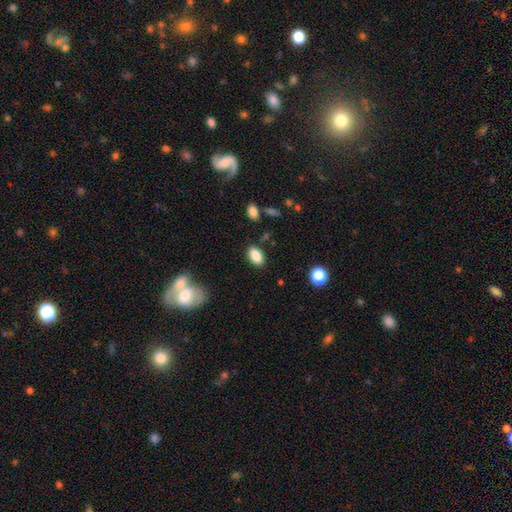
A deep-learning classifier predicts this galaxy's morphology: A smooth galaxy with no disk features (87%) that is in between round and cigar-shaped (91%).

Vote fractions:
- Smooth or featured? smooth: 87% / star or artifact: 8% / featured or disk: 5%
- How rounded? in between: 91% / round: 6% / cigar-shaped: 3%
- Merging? none: 85% / minor disturbance: 10% / major disturbance: 3% / merger: 2%